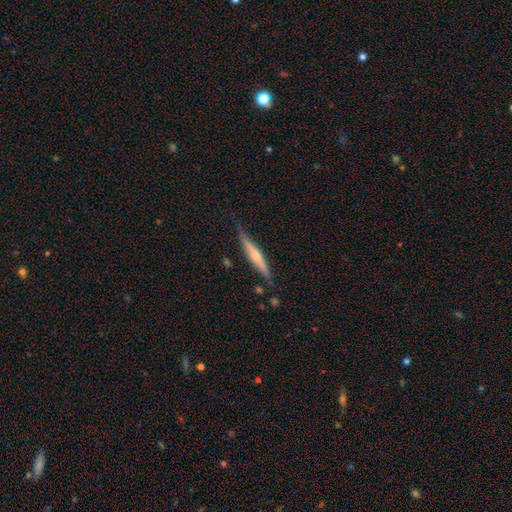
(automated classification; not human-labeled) Smooth or featured?
  - featured or disk: 61% *
  - smooth: 33%
  - star or artifact: 6%
Edge-on disk?
  - yes: 96% *
  - no: 4%
Edge-on bulge?
  - rounded: 73% *
  - none: 20%
  - boxy: 7%
Merging?
  - none: 80% *
  - minor disturbance: 15%
  - major disturbance: 3%
  - merger: 2%